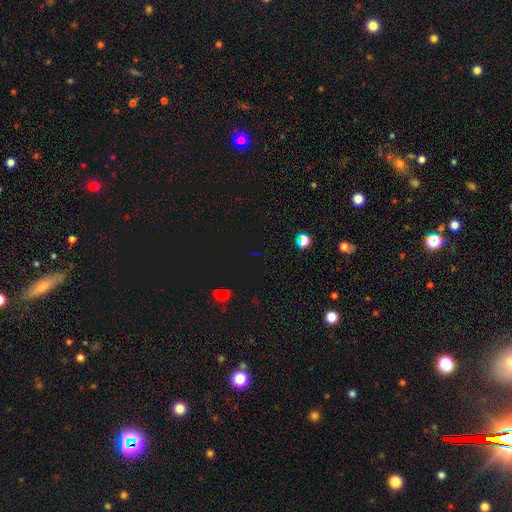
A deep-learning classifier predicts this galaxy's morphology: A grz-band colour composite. It shows a star or artifact, not a galaxy (75%).